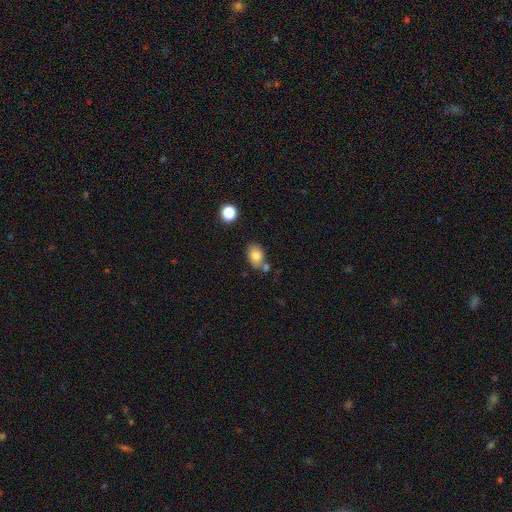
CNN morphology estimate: Smooth or featured? smooth (80%)
How rounded? in between (70%)
Merging? none (66%)